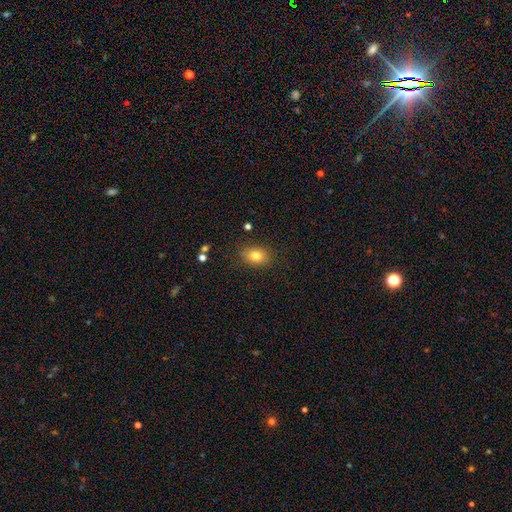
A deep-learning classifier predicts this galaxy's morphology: Smooth or featured?
  - smooth: 81% *
  - star or artifact: 10%
  - featured or disk: 9%
How rounded?
  - in between: 70% *
  - round: 29%
  - cigar-shaped: 1%
Merging?
  - none: 84% *
  - minor disturbance: 11%
  - major disturbance: 3%
  - merger: 1%